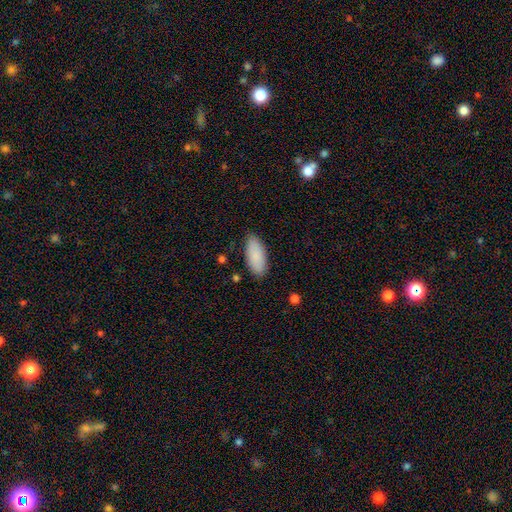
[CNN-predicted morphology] Smooth or featured?
  - smooth: 88% *
  - featured or disk: 6%
  - star or artifact: 6%
How rounded?
  - in between: 85% *
  - cigar-shaped: 13%
  - round: 2%
Merging?
  - none: 86% *
  - minor disturbance: 11%
  - major disturbance: 2%
  - merger: 1%